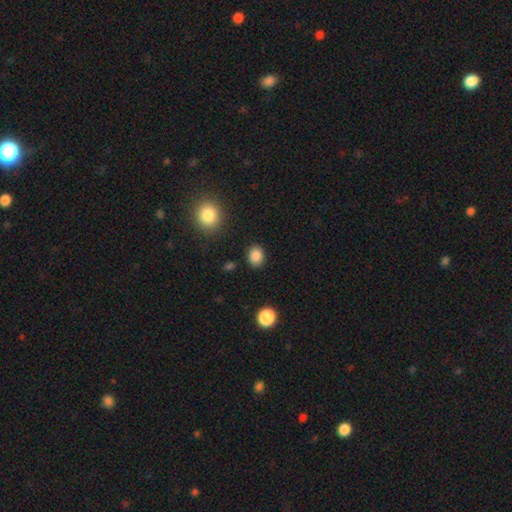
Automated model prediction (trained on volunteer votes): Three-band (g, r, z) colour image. It shows a smooth galaxy with no disk features (87%) that is in between round and cigar-shaped (56%). Merging: none (87%).